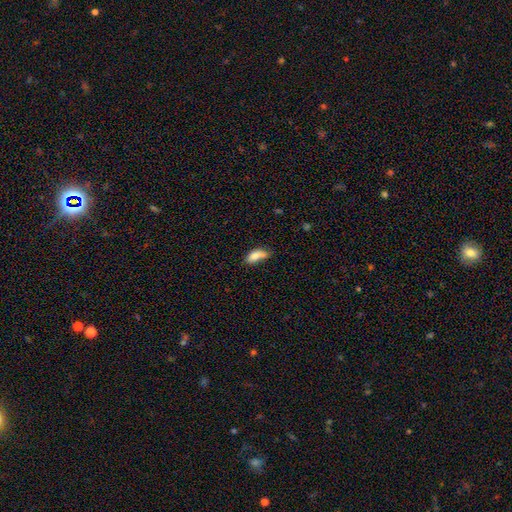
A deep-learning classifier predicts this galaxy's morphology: Q: Smooth or featured?
A: smooth (80%); runner-up: featured or disk (12%)
Q: How rounded?
A: in between (83%); runner-up: cigar-shaped (12%)
Q: Merging?
A: none (38%); runner-up: minor disturbance (33%)